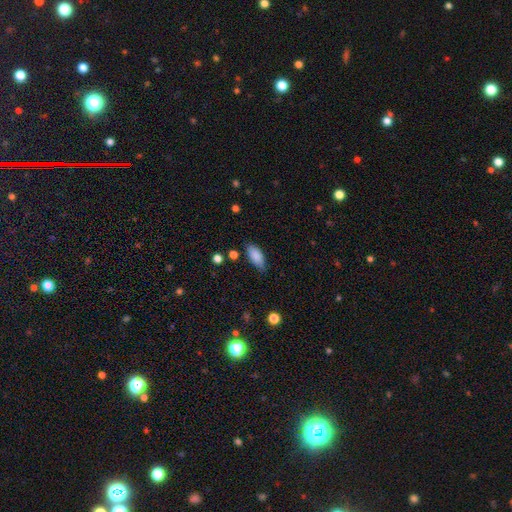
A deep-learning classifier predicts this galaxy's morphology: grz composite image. It shows a smooth galaxy with no disk features (87%) that is in between round and cigar-shaped (86%). Merging: none (75%).